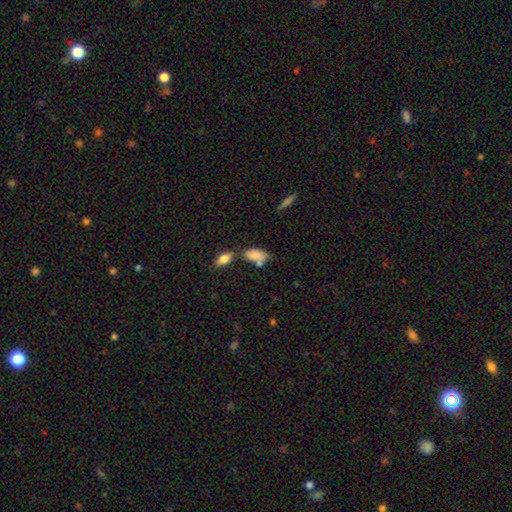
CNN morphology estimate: smooth_or_featured: smooth (p=0.83) [alt: featured or disk p=0.09]
how_rounded: in between (p=0.89) [alt: cigar-shaped p=0.07]
merging: none (p=0.46) [alt: merger p=0.26]